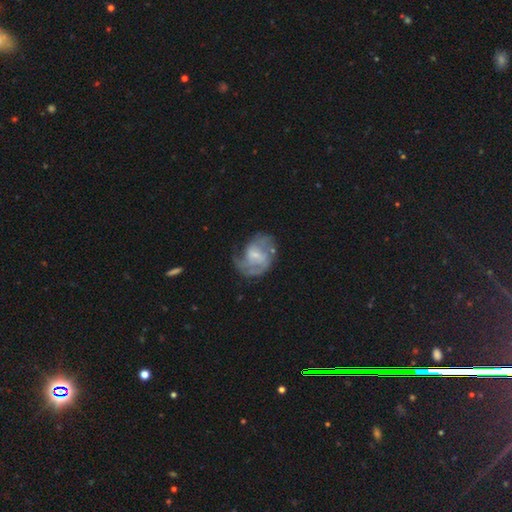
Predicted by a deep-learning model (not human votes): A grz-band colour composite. It shows a featured or disk galaxy (71%) with a weak bar (52%), 2 (44%) medium (43%) spiral arms (79%) and a small central bulge (53%). Merging: none (45%).